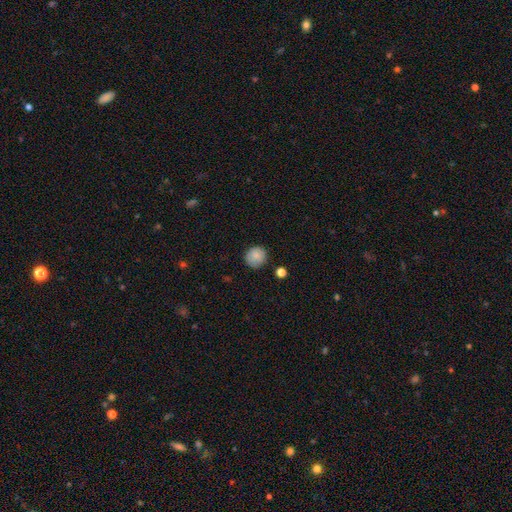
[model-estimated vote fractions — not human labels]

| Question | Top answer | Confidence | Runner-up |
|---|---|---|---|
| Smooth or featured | smooth | 85% | star or artifact (8%) |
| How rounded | round | 91% | in between (8%) |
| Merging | none | 83% | minor disturbance (12%) |